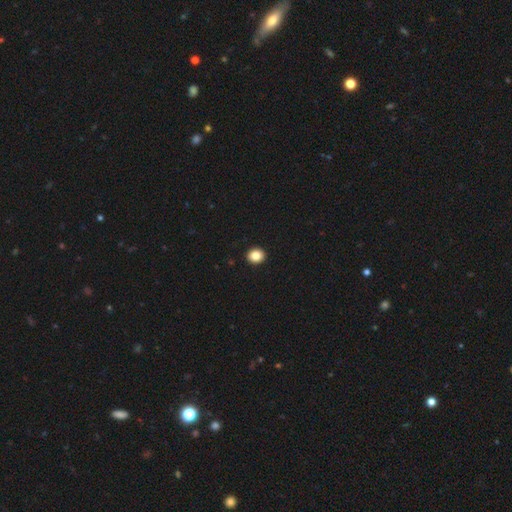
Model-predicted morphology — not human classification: Smooth or featured: smooth — 85% (star or artifact — 10%)
How rounded: round — 73% (in between — 26%)
Merging: none — 94% (minor disturbance — 4%)